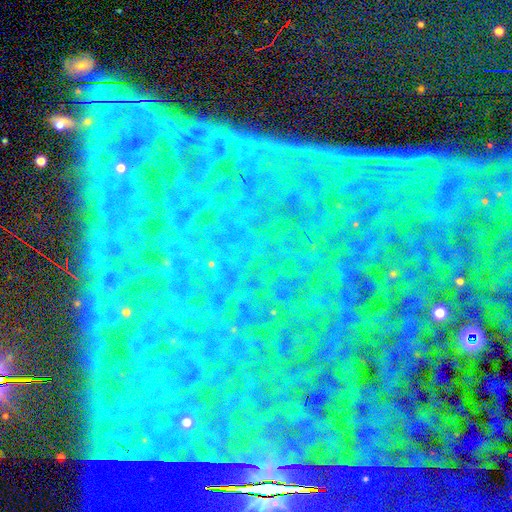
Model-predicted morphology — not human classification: Q: Smooth or featured?
A: star or artifact (84%); runner-up: featured or disk (8%)